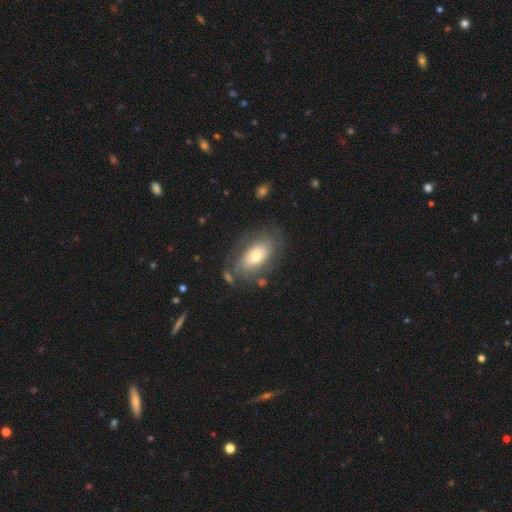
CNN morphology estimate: Smooth or featured: smooth — 53% (featured or disk — 40%)
How rounded: in between — 90% (round — 7%)
Merging: none — 67% (minor disturbance — 18%)